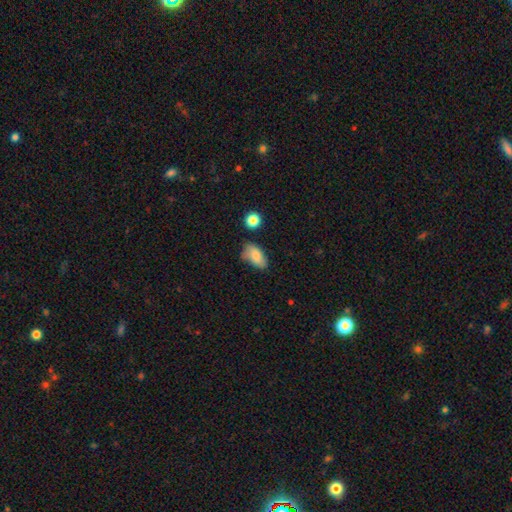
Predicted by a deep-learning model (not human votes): Smooth or featured? Predicted: smooth (p=0.79). How rounded? Predicted: in between (p=0.90). Merging? Predicted: none (p=0.54).